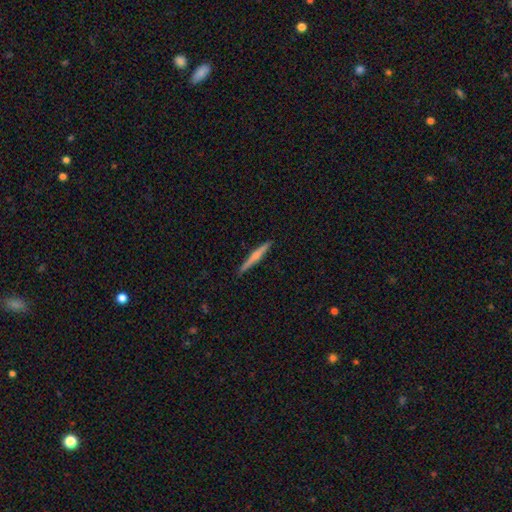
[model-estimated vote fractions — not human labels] Morphology: type=featured or disk (54%); edge-on=yes (98%); edge-on bulge=rounded (66%); merging=none (91%).